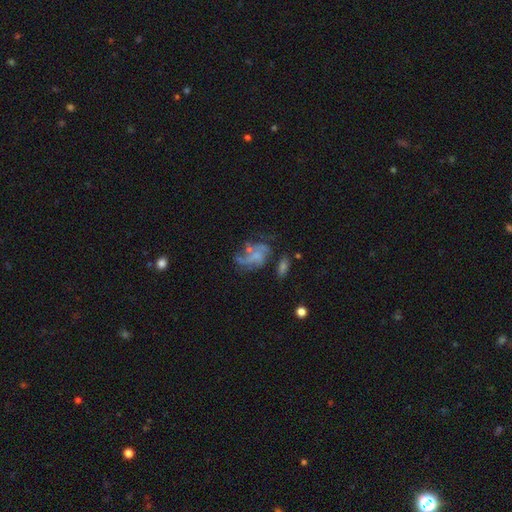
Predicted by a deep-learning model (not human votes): This is likely a featured or disk galaxy (62%). It is clearly not viewed edge-on (97%). Bar: likely no (72%). Spiral arm pattern: likely yes (63%). Central bulge: possibly none (49%). Merging: marginally none (36%).